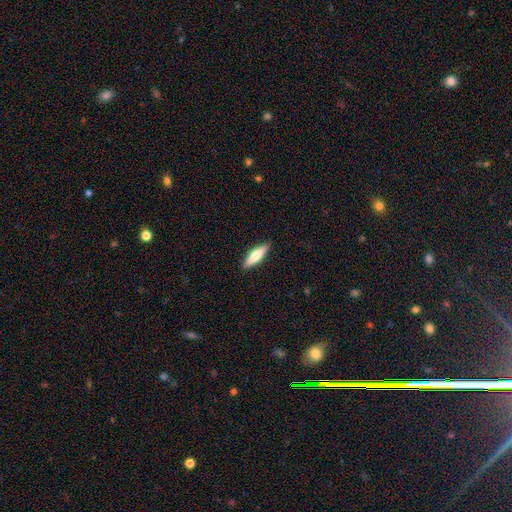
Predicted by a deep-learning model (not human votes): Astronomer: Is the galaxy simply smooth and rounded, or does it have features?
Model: smooth — 56% (runner-up: featured or disk, 38%).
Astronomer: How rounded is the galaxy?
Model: cigar-shaped — 67%.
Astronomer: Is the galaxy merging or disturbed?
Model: none — 90%.